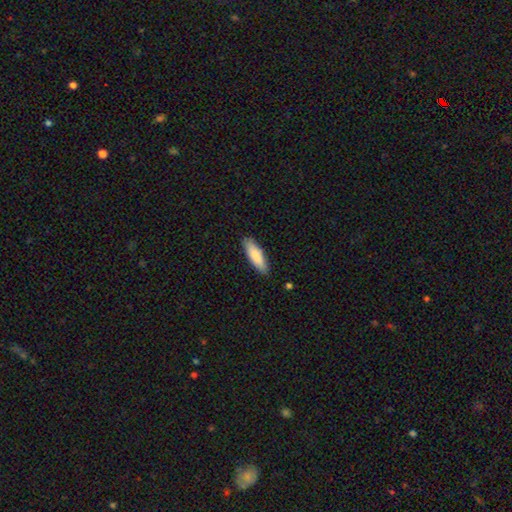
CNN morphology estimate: Overall: smooth (85%). How rounded: cigar-shaped (53%; in between 46%). Merging: none (87%).